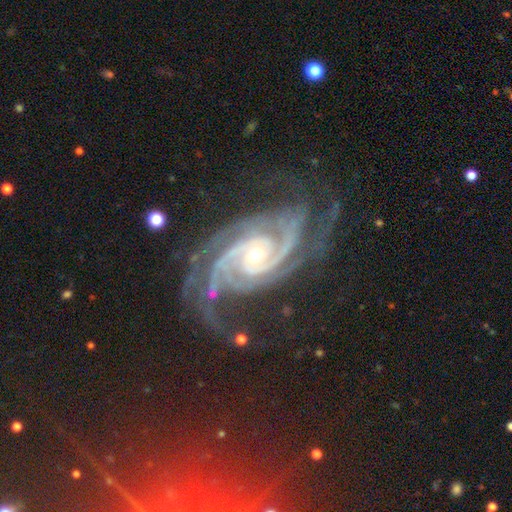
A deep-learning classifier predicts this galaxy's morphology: Smooth or featured?
  - featured or disk: 93% *
  - star or artifact: 5%
  - smooth: 2%
Edge-on disk?
  - no: 97% *
  - yes: 3%
Bar?
  - no: 61% *
  - weak: 25%
  - strong: 14%
Spiral arms?
  - yes: 99% *
  - no: 1%
Spiral winding?
  - tight: 63% *
  - medium: 32%
  - loose: 5%
Spiral arm count?
  - 2: 29% *
  - 3: 28%
  - 4: 16%
  - can't tell: 12%
  - more than 4: 8%
  - 1: 8%
Bulge size?
  - small: 53% *
  - moderate: 43%
  - large: 2%
  - none: 1%
  - dominant: 1%
Merging?
  - none: 65% *
  - minor disturbance: 18%
  - major disturbance: 14%
  - merger: 2%